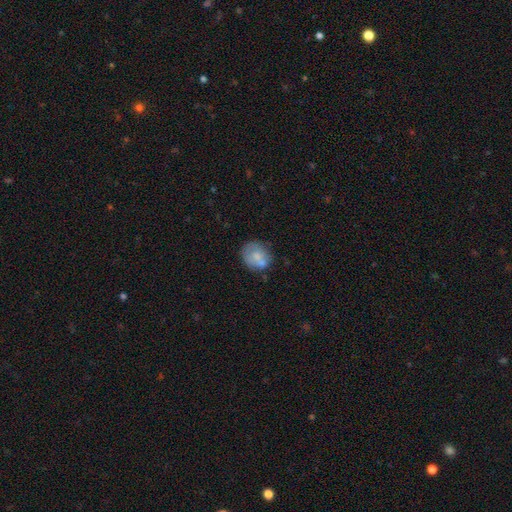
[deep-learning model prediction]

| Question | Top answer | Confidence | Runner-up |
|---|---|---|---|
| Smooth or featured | smooth | 66% | featured or disk (26%) |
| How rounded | round | 74% | in between (25%) |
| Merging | none | 55% | minor disturbance (22%) |